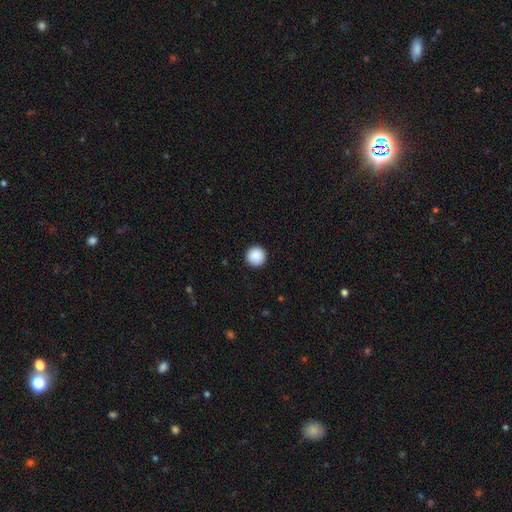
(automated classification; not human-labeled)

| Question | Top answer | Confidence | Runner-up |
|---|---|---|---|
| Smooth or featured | smooth | 89% | star or artifact (8%) |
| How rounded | round | 97% | in between (2%) |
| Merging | none | 93% | minor disturbance (4%) |